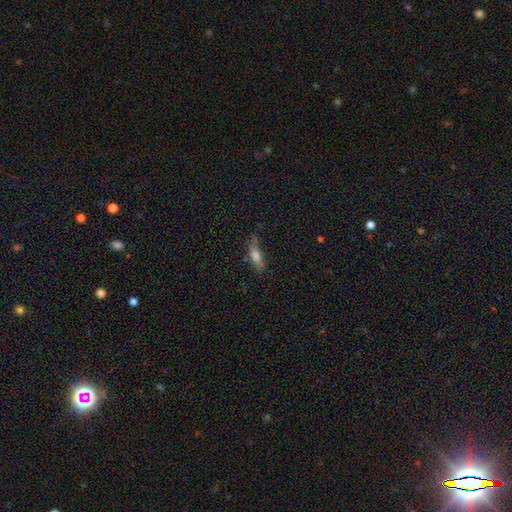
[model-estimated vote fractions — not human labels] This is likely a smooth galaxy (62%). How rounded: possibly cigar-shaped (60%). Merging: likely none (63%).